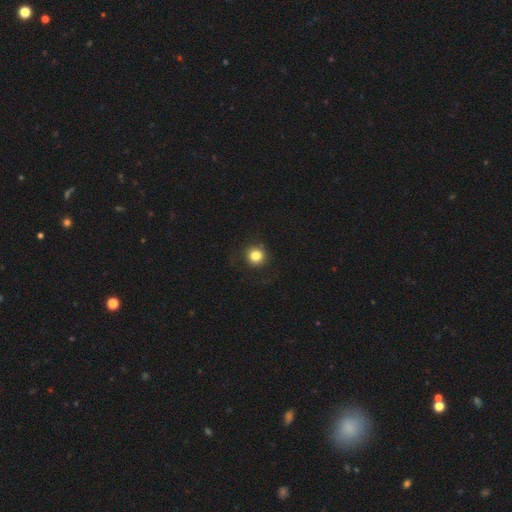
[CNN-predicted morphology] type=smooth (83%); roundness=round (91%); merging=none (85%).